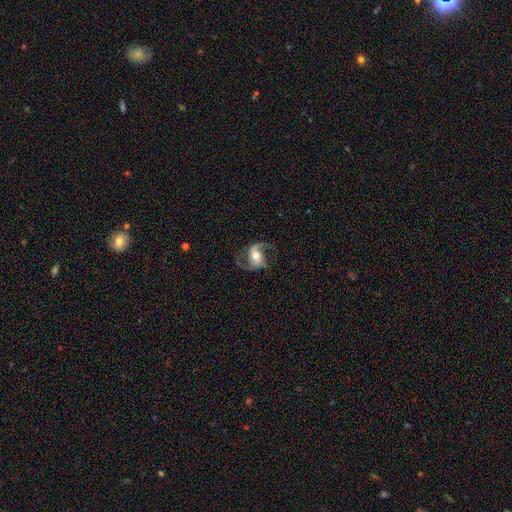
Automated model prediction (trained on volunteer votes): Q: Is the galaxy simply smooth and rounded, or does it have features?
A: featured or disk — 86%.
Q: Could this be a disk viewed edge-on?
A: no — 97%.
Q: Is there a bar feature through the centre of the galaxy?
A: weak — 37%.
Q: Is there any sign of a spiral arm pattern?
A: yes — 96%.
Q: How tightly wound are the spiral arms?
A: loose — 54%.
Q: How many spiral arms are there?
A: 2 — 92%.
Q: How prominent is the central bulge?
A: moderate — 67%.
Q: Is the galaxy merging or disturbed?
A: none — 73%.